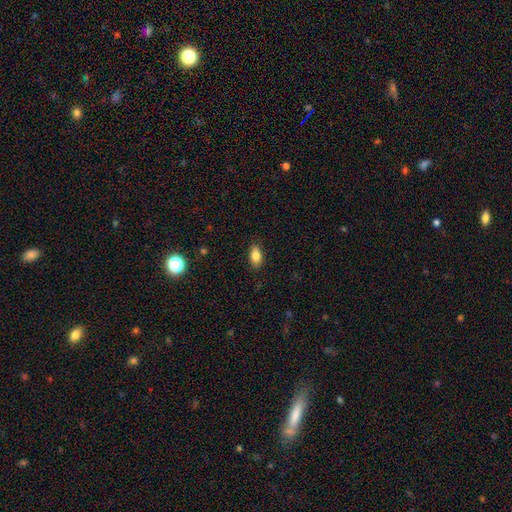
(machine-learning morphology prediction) Overall: smooth (83%). How rounded: in between (90%). Merging: none (87%).